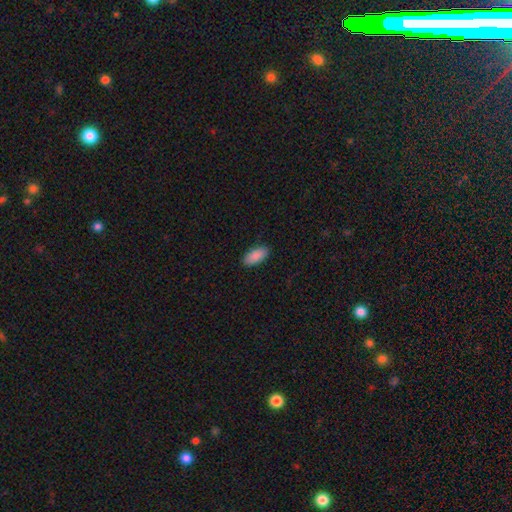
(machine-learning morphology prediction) Overall: smooth (90%). How rounded: in between (91%). Merging: none (89%).